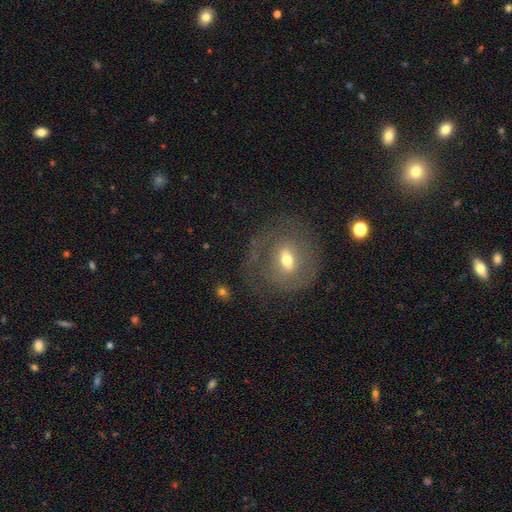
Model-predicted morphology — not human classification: smooth_or_featured: featured or disk (p=0.59) [alt: smooth p=0.26]
disk_edge_on: no (p=0.95) [alt: yes p=0.05]
bar: no (p=0.47) [alt: weak p=0.38]
has_spiral_arms: yes (p=0.67) [alt: no p=0.33]
bulge_size: moderate (p=0.63) [alt: small p=0.29]
merging: none (p=0.74) [alt: minor disturbance p=0.14]